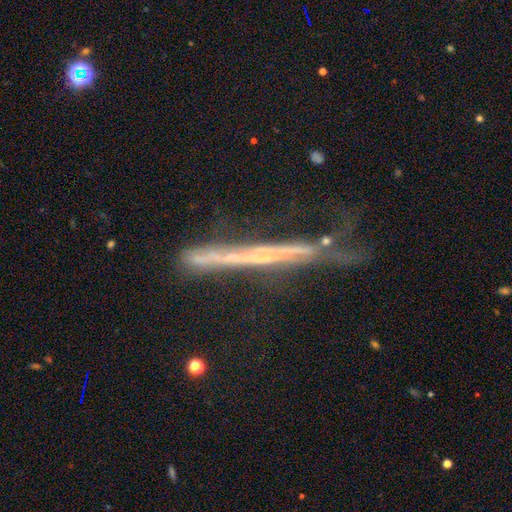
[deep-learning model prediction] Smooth or featured? Predicted: featured or disk (p=0.70). Edge-on disk? Predicted: yes (p=0.93). Edge-on bulge? Predicted: none (p=0.77). Merging? Predicted: none (p=0.55).